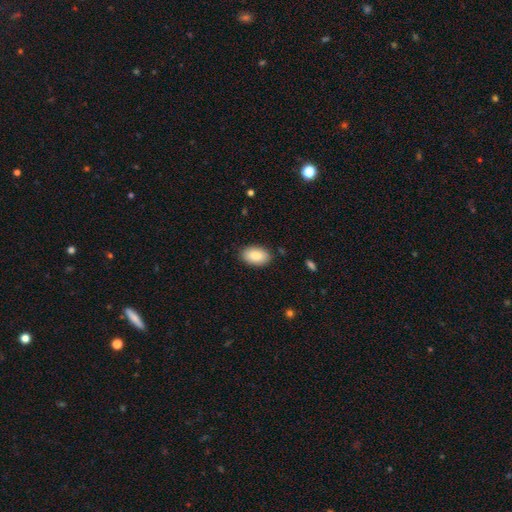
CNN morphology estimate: Q: Smooth or featured?
A: smooth (88%); runner-up: star or artifact (6%)
Q: How rounded?
A: in between (93%); runner-up: round (6%)
Q: Merging?
A: none (87%); runner-up: minor disturbance (9%)